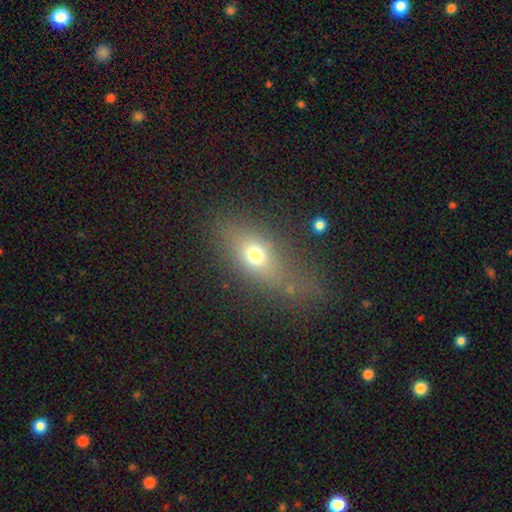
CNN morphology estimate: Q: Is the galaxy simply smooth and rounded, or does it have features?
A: smooth — 67%.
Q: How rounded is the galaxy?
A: in between — 66%.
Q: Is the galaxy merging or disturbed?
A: none — 64%.